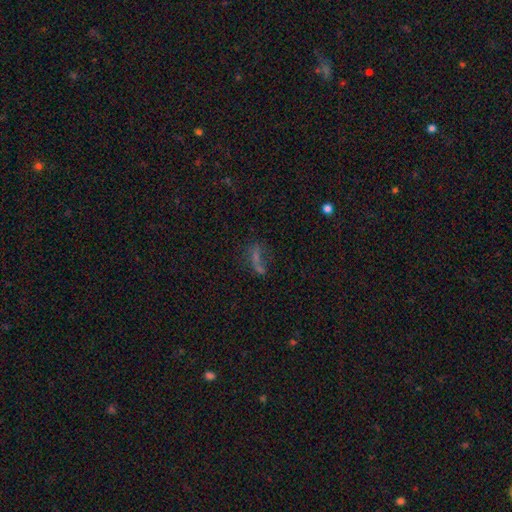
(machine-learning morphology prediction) Smooth or featured?
  - smooth: 38% *
  - star or artifact: 32%
  - featured or disk: 30%
Merging?
  - none: 42% *
  - major disturbance: 24%
  - merger: 18%
  - minor disturbance: 16%